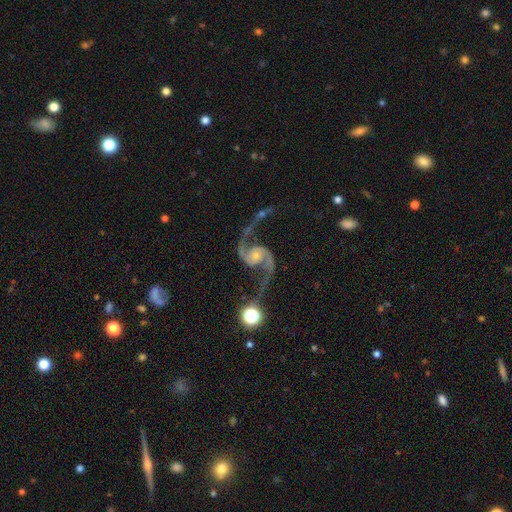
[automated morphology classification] type=featured or disk (93%); edge-on=no (98%); bar=no (64%); spiral arms=yes (98%); winding=loose (70%); arm count=2 (95%); bulge=small (58%); merging=none (65%).